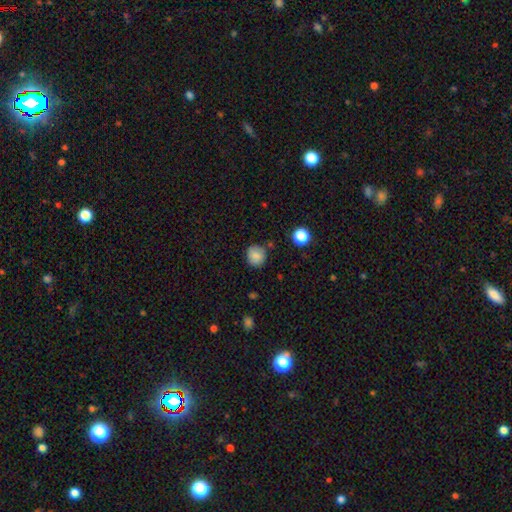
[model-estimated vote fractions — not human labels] This is clearly a smooth galaxy (81%). How rounded: clearly round (86%). Merging: likely none (79%).